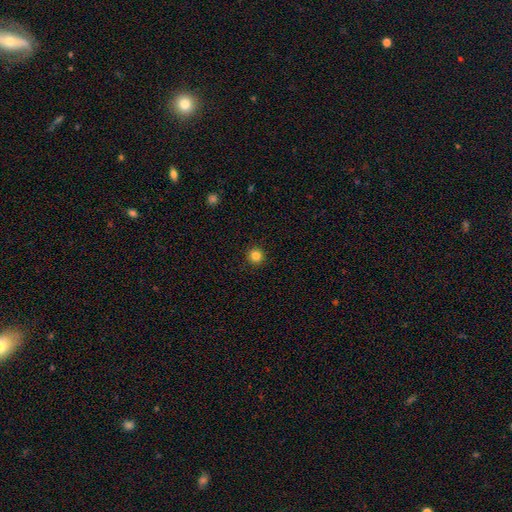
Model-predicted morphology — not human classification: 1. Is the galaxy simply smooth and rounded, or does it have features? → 83% smooth, 12% star or artifact, 5% featured or disk.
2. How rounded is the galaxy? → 95% round, 4% in between, 1% cigar-shaped.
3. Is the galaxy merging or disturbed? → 93% none, 5% minor disturbance, 2% major disturbance, 1% merger.